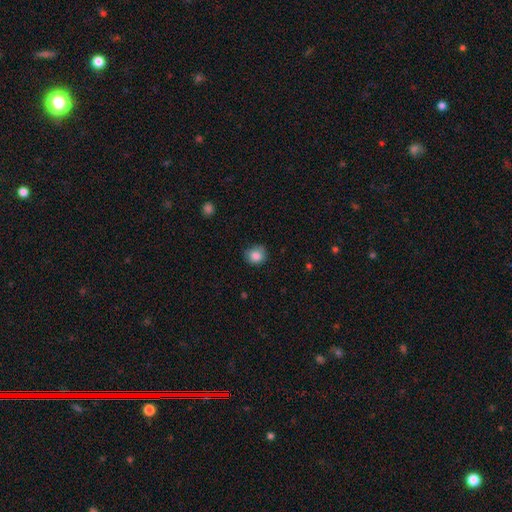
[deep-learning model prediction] smooth_or_featured: smooth (p=0.85) [alt: star or artifact p=0.09]
how_rounded: round (p=0.82) [alt: in between p=0.17]
merging: none (p=0.76) [alt: minor disturbance p=0.19]